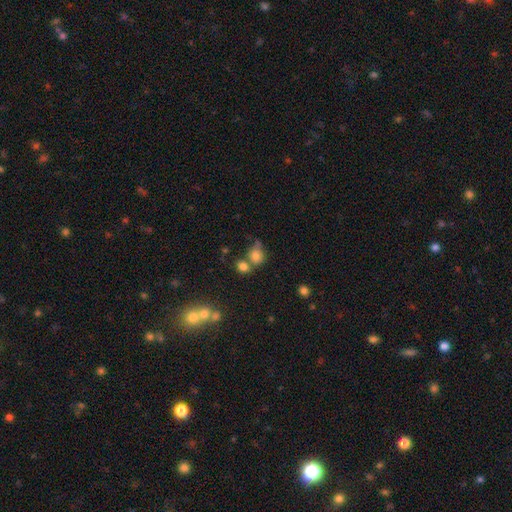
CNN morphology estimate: Overall: smooth (77%). How rounded: round (60%; in between 39%). Merging: none (41%; merger 34%).